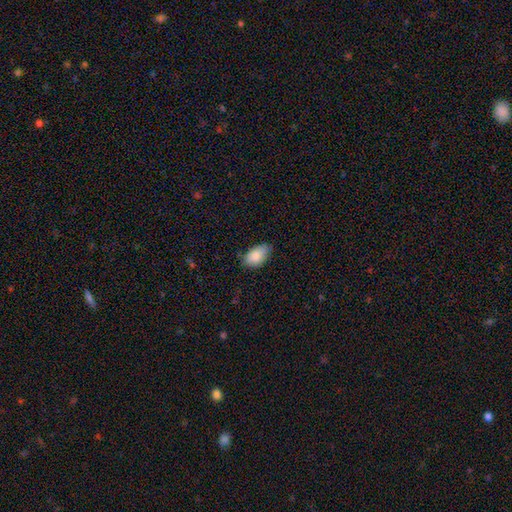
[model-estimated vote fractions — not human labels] Overall: smooth (85%). How rounded: in between (93%). Merging: none (69%).